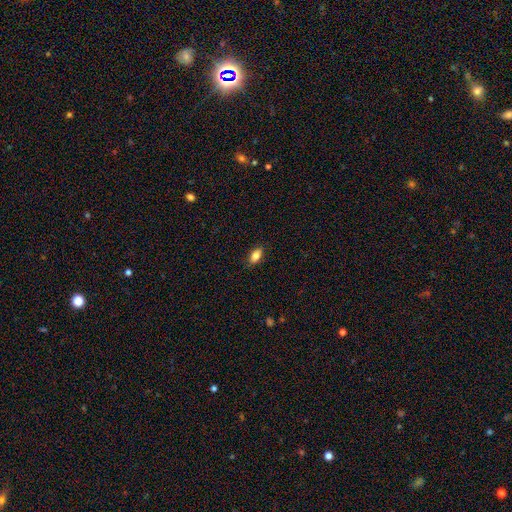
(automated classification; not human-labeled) smooth_or_featured: smooth (p=0.82) [alt: featured or disk p=0.10]
how_rounded: in between (p=0.88) [alt: cigar-shaped p=0.07]
merging: none (p=0.87) [alt: minor disturbance p=0.10]